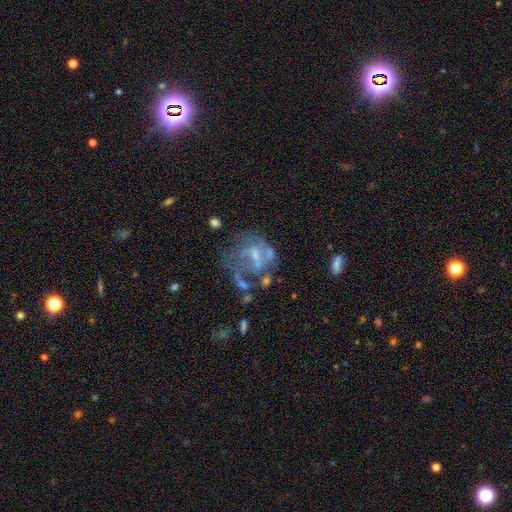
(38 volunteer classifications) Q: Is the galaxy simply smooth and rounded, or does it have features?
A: featured or disk — 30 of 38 (79%).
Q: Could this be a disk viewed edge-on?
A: no — 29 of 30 (97%).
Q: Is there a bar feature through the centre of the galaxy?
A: no — 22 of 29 (76%).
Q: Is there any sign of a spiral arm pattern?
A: no — 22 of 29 (76%).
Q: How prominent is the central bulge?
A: none — 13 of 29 (45%).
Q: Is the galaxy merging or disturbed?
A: major disturbance — 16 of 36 (44%).